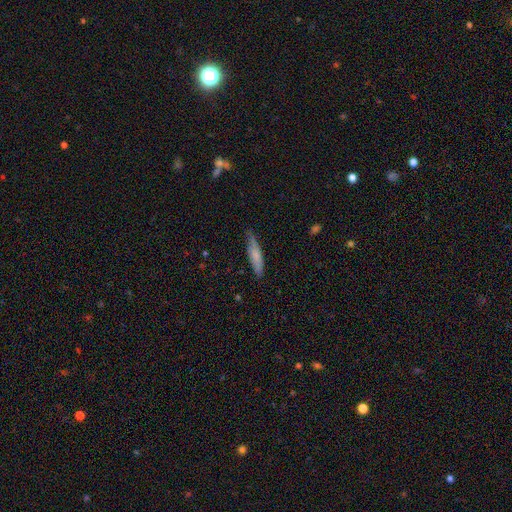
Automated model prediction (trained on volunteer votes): This is likely a smooth galaxy (70%). How rounded: likely cigar-shaped (77%). Merging: likely none (74%).